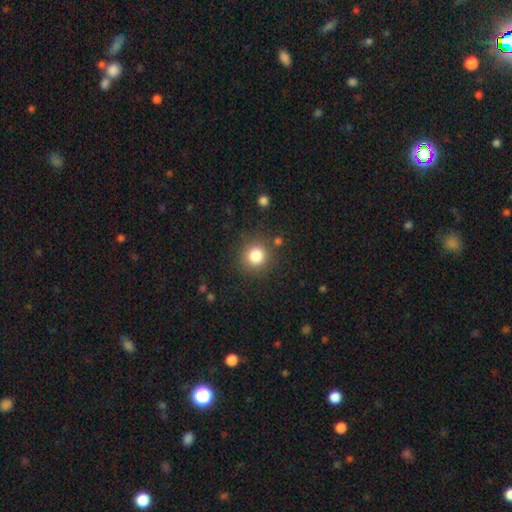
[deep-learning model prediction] smooth-or-featured: smooth: 83% | star or artifact: 12% | featured or disk: 6%
  how-rounded: round: 92% | in between: 7% | cigar-shaped: 1%
  merging: none: 85% | minor disturbance: 8% | major disturbance: 4% | merger: 3%